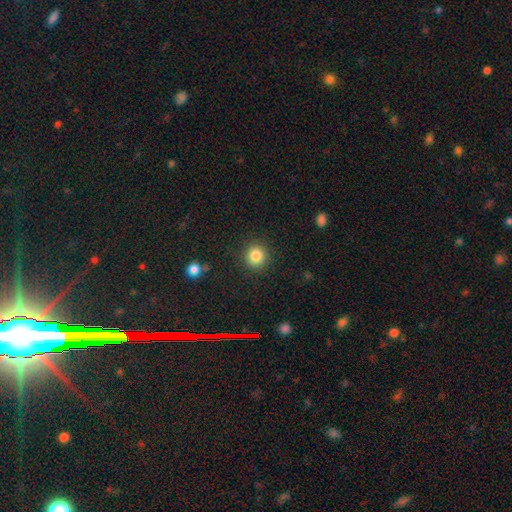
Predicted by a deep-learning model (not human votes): This is clearly a smooth galaxy (84%). How rounded: clearly round (92%). Merging: clearly none (90%).